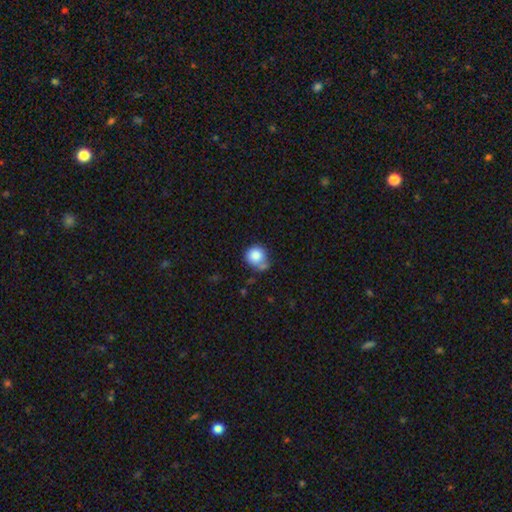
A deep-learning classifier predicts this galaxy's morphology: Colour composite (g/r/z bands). It shows a smooth galaxy with no disk features (84%) that is round (85%). Merging: none (49%).